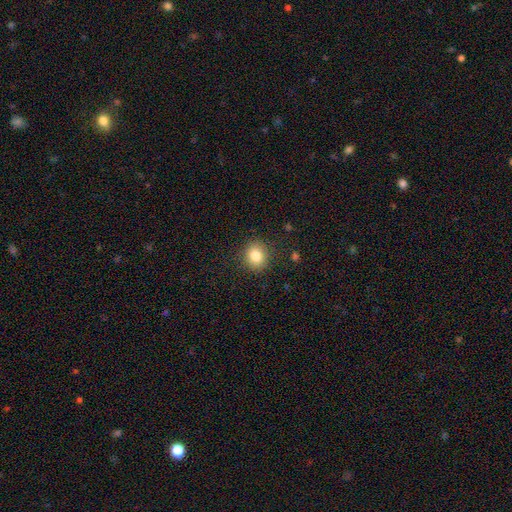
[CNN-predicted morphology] This appears to be a smooth galaxy with no disk features (82%) that is round (76%). Merging: none (88%).